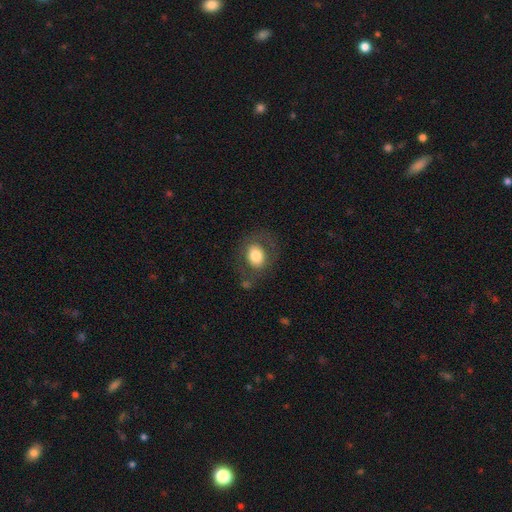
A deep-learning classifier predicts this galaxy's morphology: smooth_or_featured: smooth (p=0.71) [alt: featured or disk p=0.21]
how_rounded: in between (p=0.51) [alt: round p=0.48]
merging: none (p=0.72) [alt: minor disturbance p=0.15]